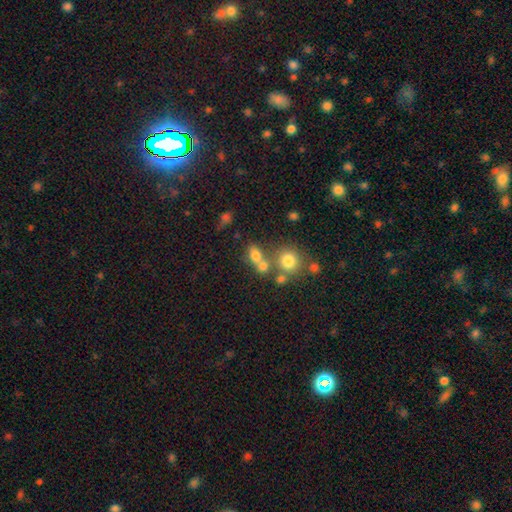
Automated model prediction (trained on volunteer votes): Morphology: type=smooth (71%); roundness=in between (58%); merging=none (43%).